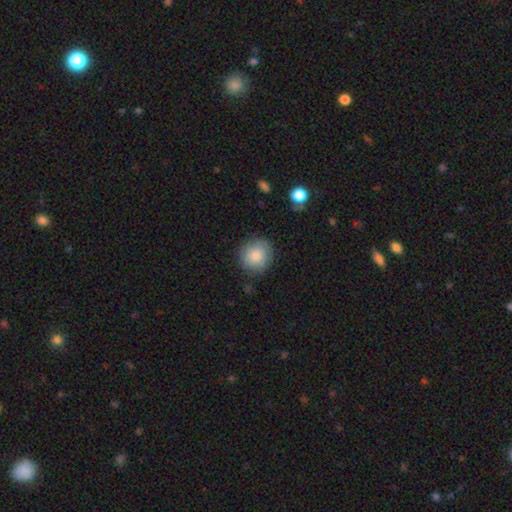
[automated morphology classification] smooth 81%, featured or disk 12%, star or artifact 7%. Down the decision tree: how rounded — round (87%); merging — none (81%).